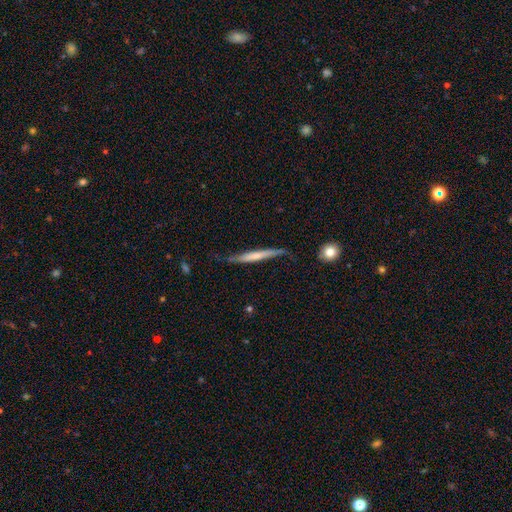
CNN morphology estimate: This is possibly a smooth galaxy (48%). Merging: likely none (64%).